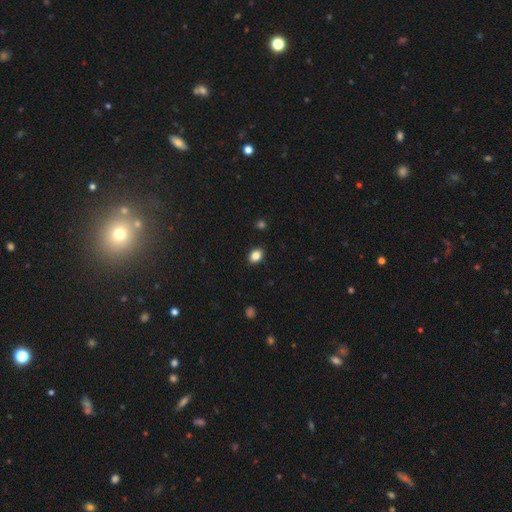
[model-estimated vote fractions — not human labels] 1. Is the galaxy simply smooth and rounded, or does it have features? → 86% smooth, 9% star or artifact, 5% featured or disk.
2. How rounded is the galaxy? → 72% in between, 27% round, 1% cigar-shaped.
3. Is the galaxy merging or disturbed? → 89% none, 8% minor disturbance, 2% major disturbance, 1% merger.